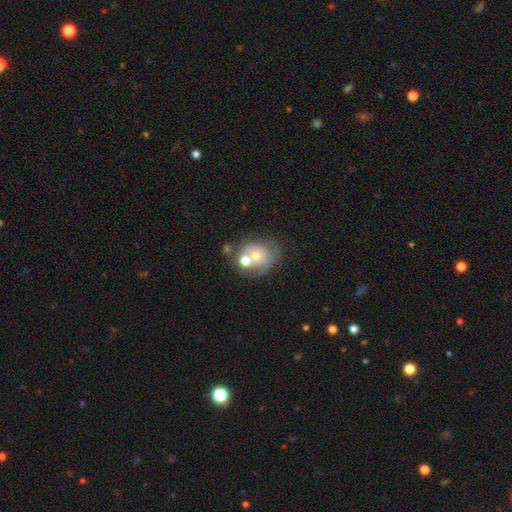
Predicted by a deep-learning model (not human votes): Smooth or featured?
  - smooth: 50% *
  - featured or disk: 39%
  - star or artifact: 12%
Merging?
  - merger: 40% *
  - none: 34%
  - minor disturbance: 15%
  - major disturbance: 10%